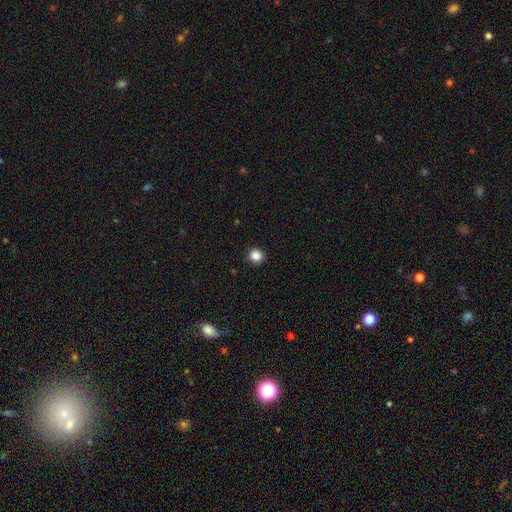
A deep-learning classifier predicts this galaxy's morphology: smooth_or_featured: smooth (p=0.86) [alt: star or artifact p=0.11]
how_rounded: round (p=0.91) [alt: in between p=0.08]
merging: none (p=0.92) [alt: minor disturbance p=0.05]